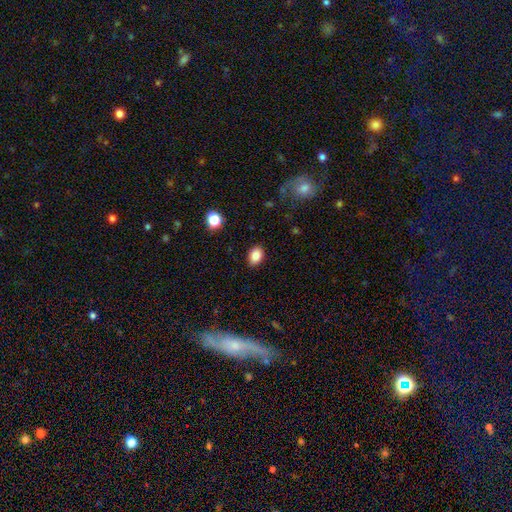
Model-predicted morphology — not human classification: smooth 87%, star or artifact 9%, featured or disk 4%. Down the decision tree: how rounded — in between (76%); merging — none (88%).